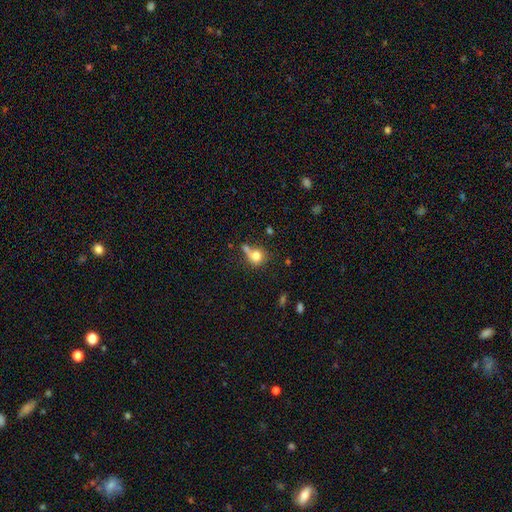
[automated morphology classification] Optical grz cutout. It shows a smooth galaxy with no disk features (76%) that is round (74%). Merging: none (42%).